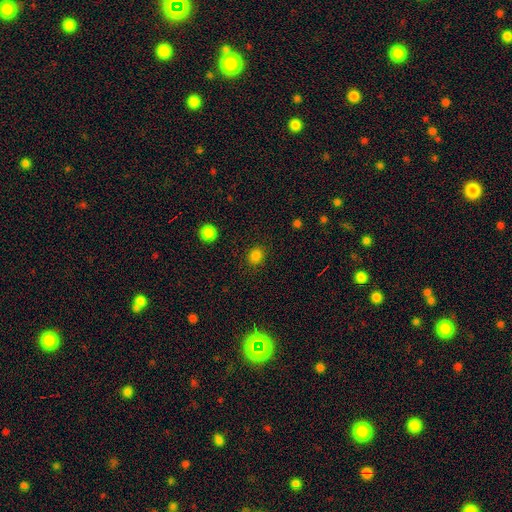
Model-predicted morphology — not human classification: A smooth galaxy with no disk features (83%) that is round (76%).

Vote fractions:
- Smooth or featured? smooth: 83% / star or artifact: 14% / featured or disk: 4%
- How rounded? round: 76% / in between: 23% / cigar-shaped: 1%
- Merging? none: 89% / minor disturbance: 7% / major disturbance: 3% / merger: 1%